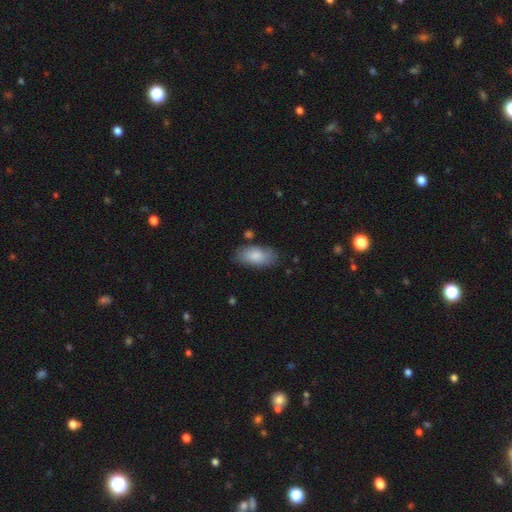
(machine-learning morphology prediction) Smooth or featured: smooth — 83% (featured or disk — 11%)
How rounded: in between — 92% (cigar-shaped — 5%)
Merging: none — 75% (minor disturbance — 18%)